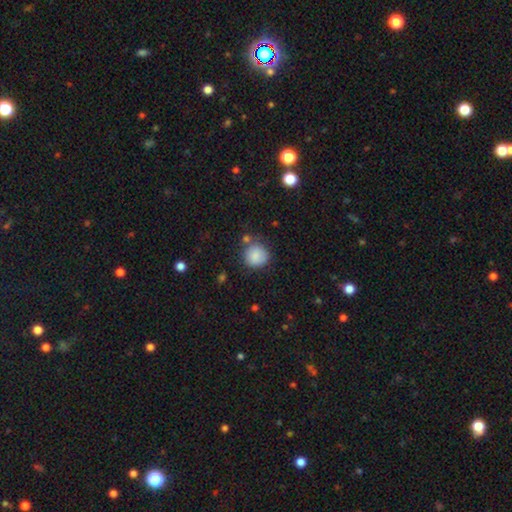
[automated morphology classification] smooth_or_featured: smooth (p=0.86) [alt: star or artifact p=0.08]
how_rounded: round (p=0.88) [alt: in between p=0.11]
merging: none (p=0.70) [alt: minor disturbance p=0.17]